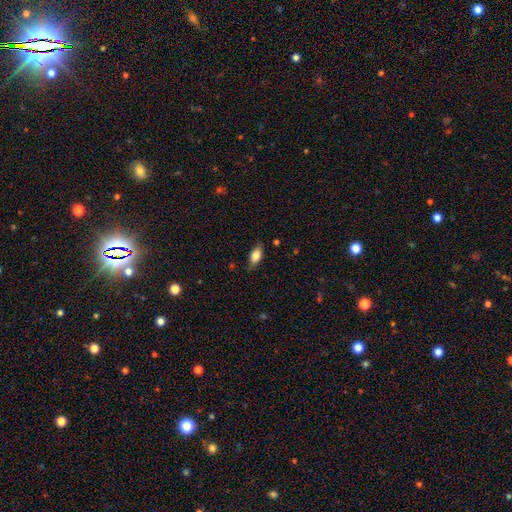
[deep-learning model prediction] Morphology: type=smooth (82%); roundness=in between (88%); merging=none (78%).